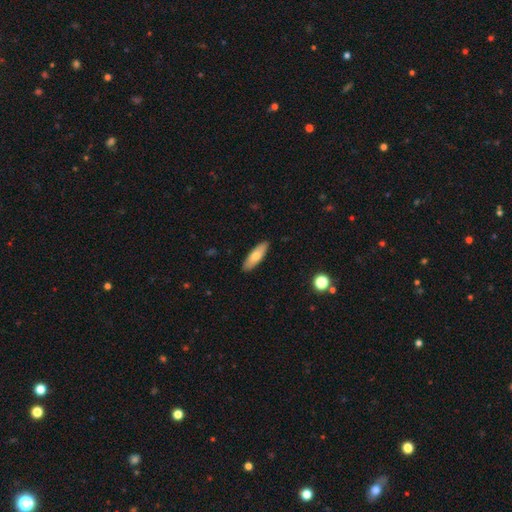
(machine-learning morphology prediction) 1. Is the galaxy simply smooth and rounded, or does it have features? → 72% smooth, 23% featured or disk, 6% star or artifact.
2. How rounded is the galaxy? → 53% in between, 45% cigar-shaped, 2% round.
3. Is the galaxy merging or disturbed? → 89% none, 8% minor disturbance, 2% major disturbance, 1% merger.